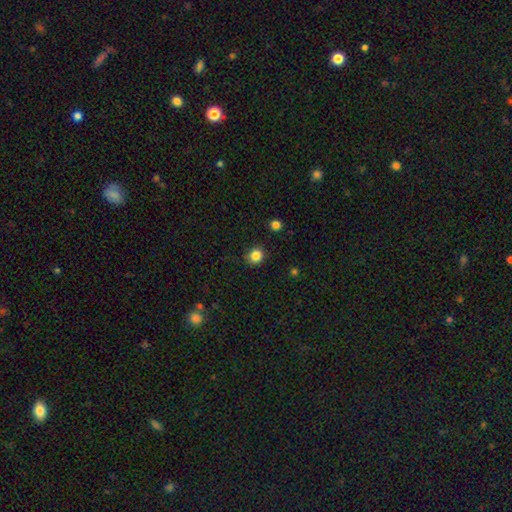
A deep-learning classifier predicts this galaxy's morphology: smooth 84%, star or artifact 11%, featured or disk 4%. Down the decision tree: how rounded — round (85%); merging — none (88%).